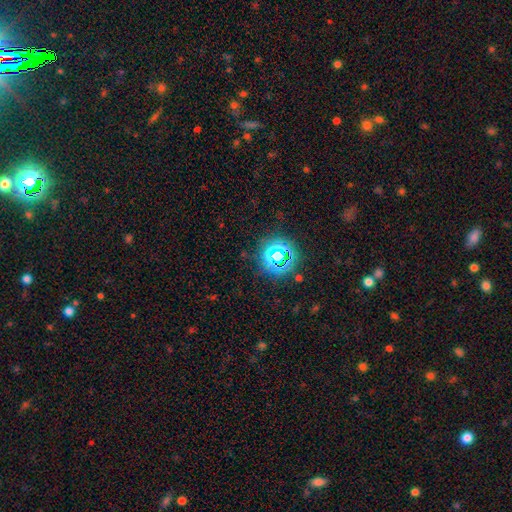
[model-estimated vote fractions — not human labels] Smooth or featured: star or artifact — 60% (smooth — 32%)